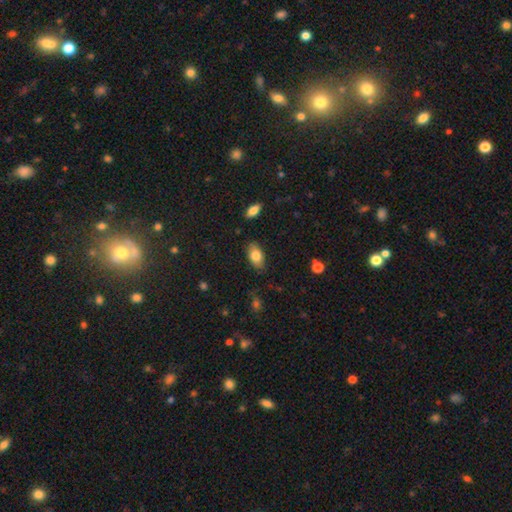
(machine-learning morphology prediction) smooth 80%, featured or disk 13%, star or artifact 7%. Down the decision tree: how rounded — in between (92%); merging — none (82%).